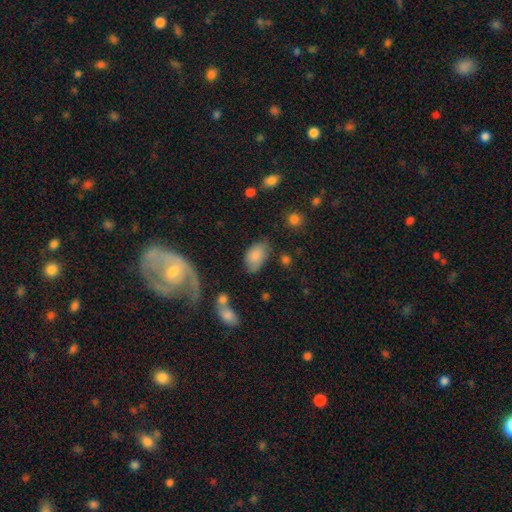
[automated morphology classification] This appears to be a smooth galaxy with no disk features (80%) that is in between round and cigar-shaped (91%). Merging: none (57%).